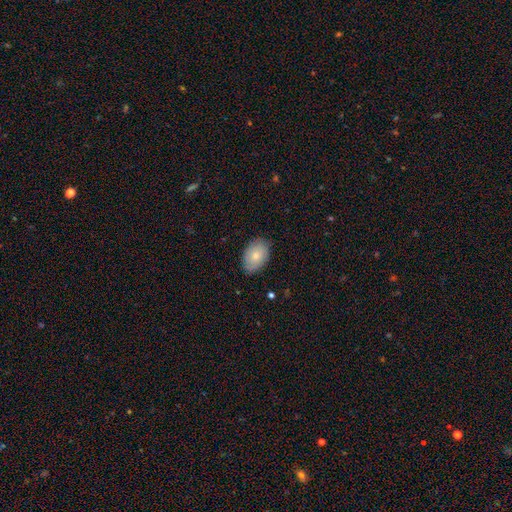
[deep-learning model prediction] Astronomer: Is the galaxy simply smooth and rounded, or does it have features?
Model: smooth — 74%.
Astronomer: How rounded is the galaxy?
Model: in between — 87%.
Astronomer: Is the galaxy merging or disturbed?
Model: none — 81%.